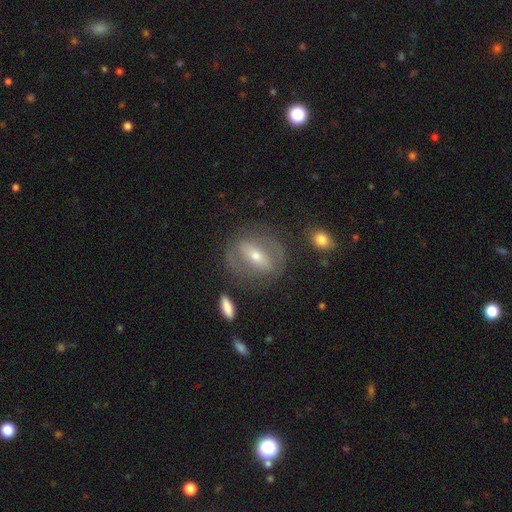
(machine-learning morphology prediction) Smooth or featured? featured or disk (68%)
Edge-on disk? no (86%)
Bar? strong (57%)
Spiral arms? no (52%)
Bulge size? moderate (47%, tied with small)
Merging? none (74%)